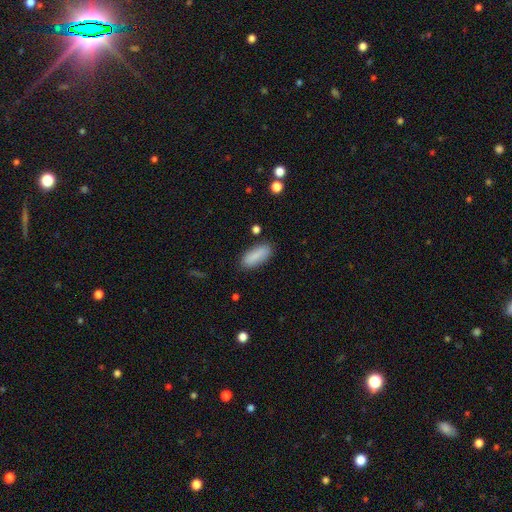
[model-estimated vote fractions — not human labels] This appears to be a smooth galaxy with no disk features (85%) that is in between round and cigar-shaped (73%). Merging: none (82%).